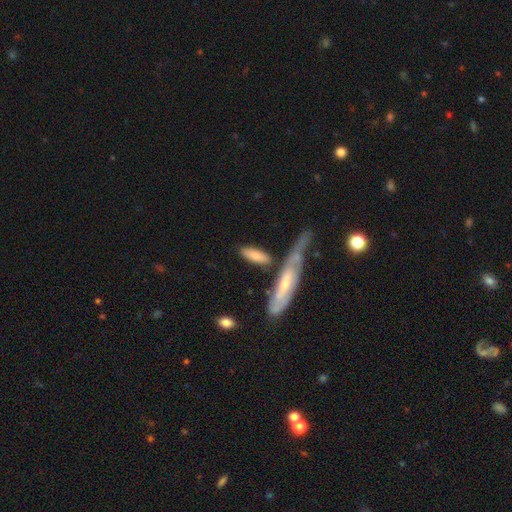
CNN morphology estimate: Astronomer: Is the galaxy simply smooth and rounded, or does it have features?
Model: smooth — 74%.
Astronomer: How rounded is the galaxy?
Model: cigar-shaped — 51% (runner-up: in between, 47%).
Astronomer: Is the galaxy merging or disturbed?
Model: none — 62%.